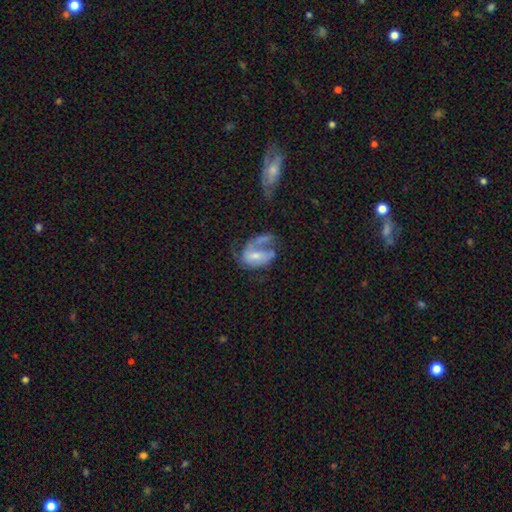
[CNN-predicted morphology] type=featured or disk (57%); edge-on=no (97%); bar=no (56%); spiral arms=yes (57%); bulge=small (48%); merging=major disturbance (44%).